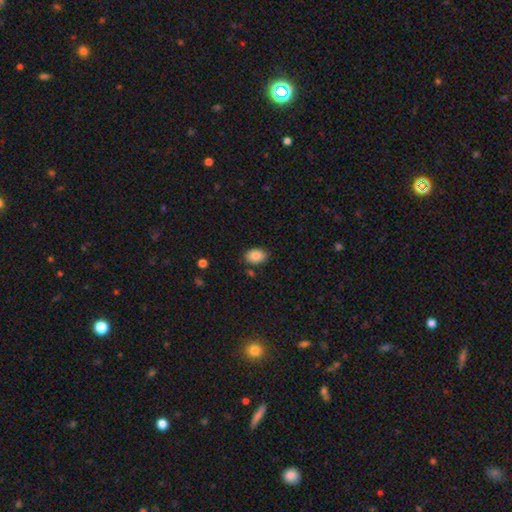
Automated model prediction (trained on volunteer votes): The model was most divided on "merging": none: 82%, minor disturbance: 12%, merger: 3%, major disturbance: 3%. More confident: smooth or featured — smooth (88%); how rounded — in between (85%).